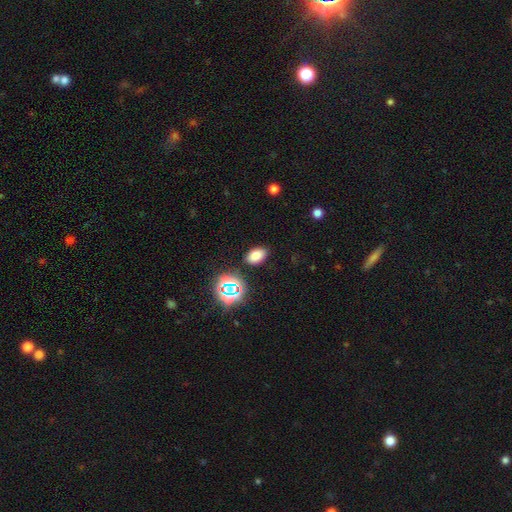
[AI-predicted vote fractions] Smooth or featured? smooth (75%)
How rounded? in between (87%)
Merging? none (86%)